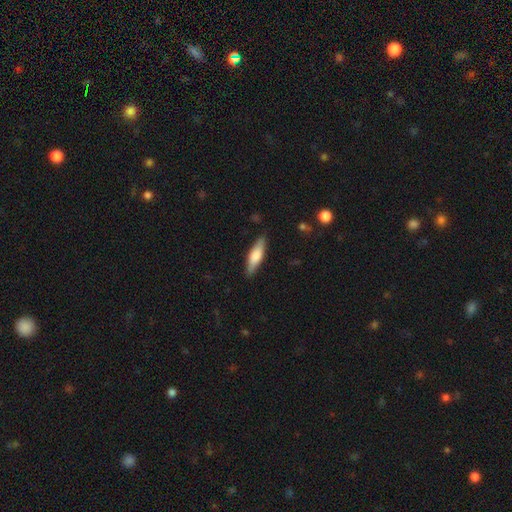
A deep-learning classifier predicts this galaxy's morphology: The model was most divided on "how rounded": cigar-shaped: 60%, in between: 38%, round: 2%. More confident: merging — none (86%); smooth or featured — smooth (64%).